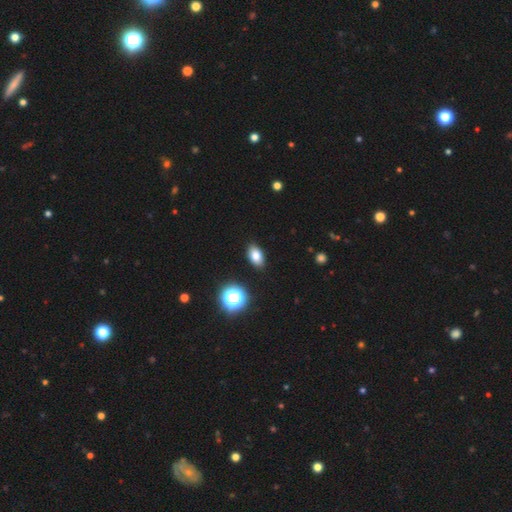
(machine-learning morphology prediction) smooth 81%, star or artifact 12%, featured or disk 7%. Down the decision tree: how rounded — in between (88%); merging — none (89%).